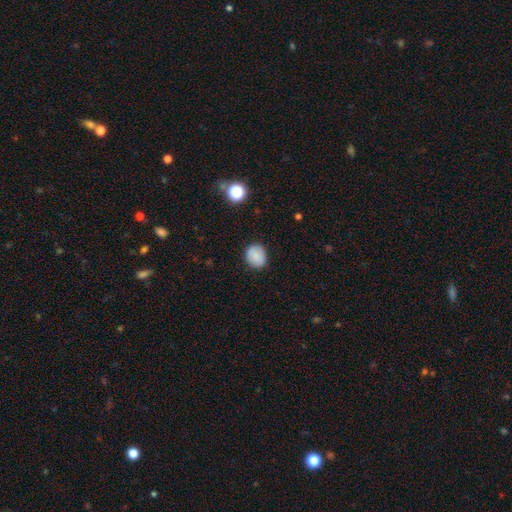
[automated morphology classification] Overall: smooth (83%). How rounded: round (65%; in between 34%). Merging: none (84%).